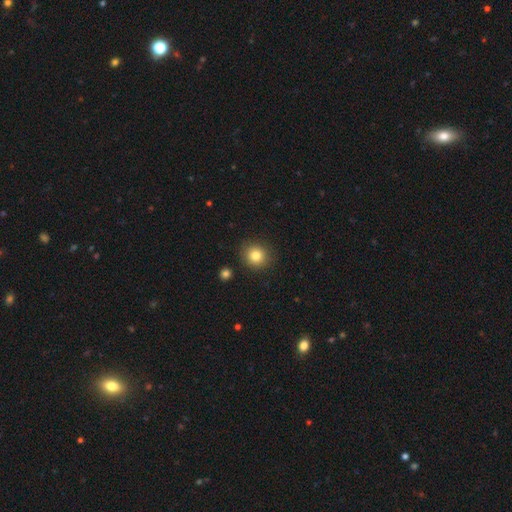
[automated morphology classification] type=smooth (82%); roundness=round (88%); merging=none (89%).